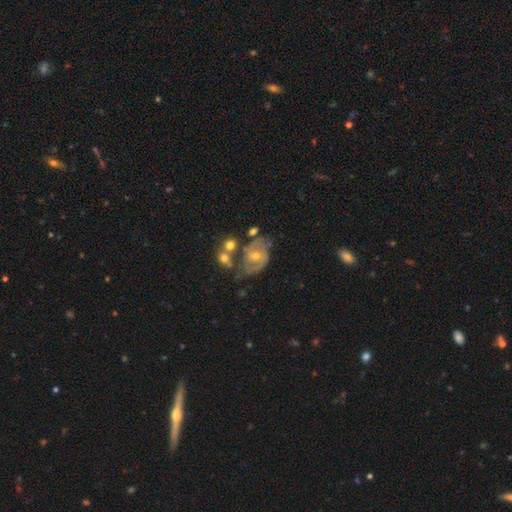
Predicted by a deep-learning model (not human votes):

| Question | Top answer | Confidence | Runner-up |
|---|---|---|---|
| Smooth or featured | featured or disk | 73% | smooth (18%) |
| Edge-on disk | no | 96% | yes (4%) |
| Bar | no | 61% | weak (31%) |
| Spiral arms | yes | 83% | no (17%) |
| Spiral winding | medium | 42% | tied: tight (42%) |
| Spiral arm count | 2 | 61% | can't tell (21%) |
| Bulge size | moderate | 52% | small (44%) |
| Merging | none | 43% | minor disturbance (23%) |